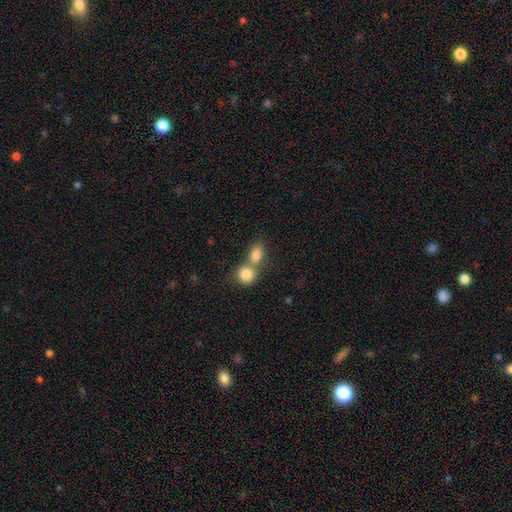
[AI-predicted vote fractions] A smooth galaxy with no disk features (81%) that is in between round and cigar-shaped (55%).

Vote fractions:
- Smooth or featured? smooth: 81% / star or artifact: 10% / featured or disk: 9%
- How rounded? in between: 55% / round: 43% / cigar-shaped: 2%
- Merging? merger: 61% / none: 30% / minor disturbance: 6% / major disturbance: 3%